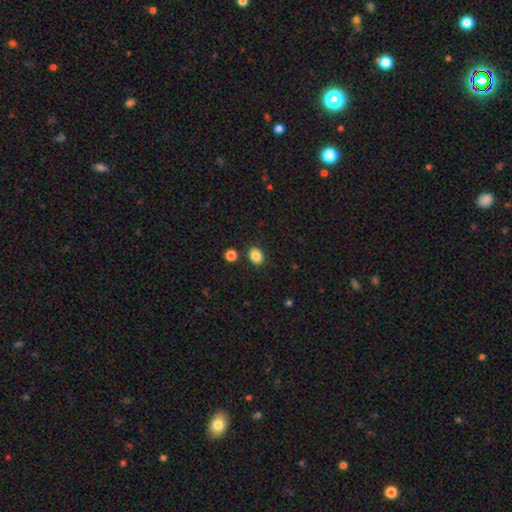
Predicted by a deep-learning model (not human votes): Morphology: type=smooth (86%); roundness=in between (59%); merging=none (85%).